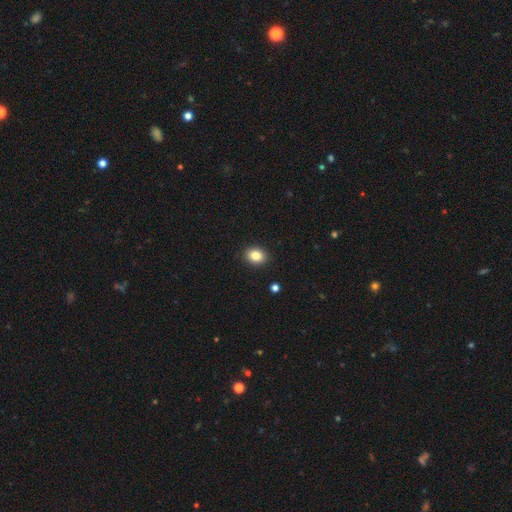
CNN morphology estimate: This is clearly a smooth galaxy (84%). How rounded: possibly round (50%). Merging: clearly none (91%).